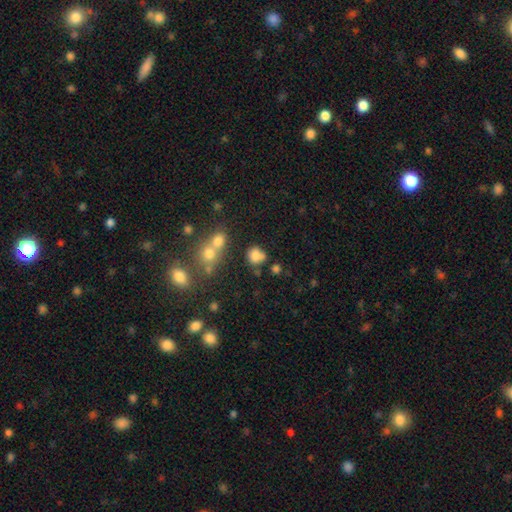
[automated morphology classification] Smooth or featured: smooth — 78% (star or artifact — 13%)
How rounded: round — 73% (in between — 26%)
Merging: none — 56% (merger — 19%)